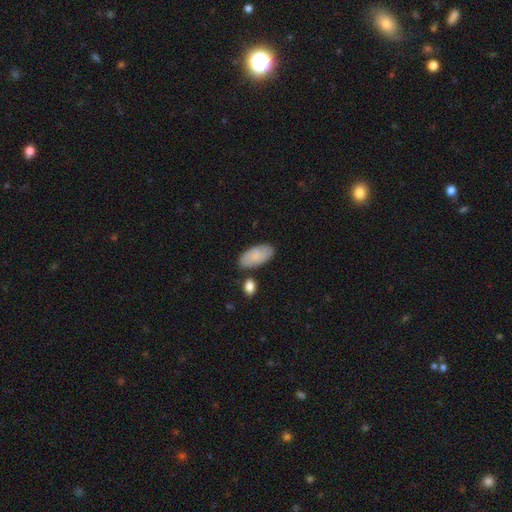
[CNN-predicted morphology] smooth 83%, featured or disk 11%, star or artifact 6%. Down the decision tree: how rounded — in between (94%); merging — none (75%).